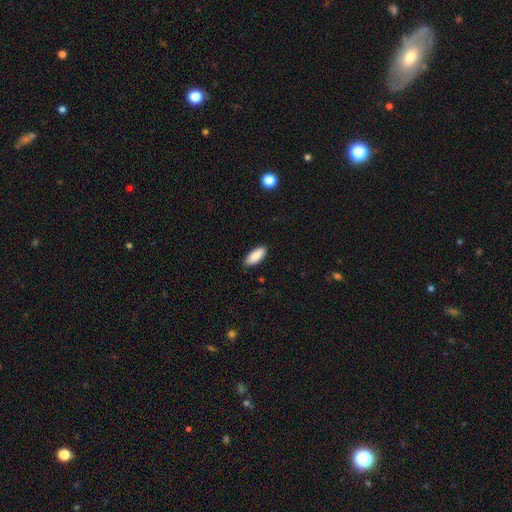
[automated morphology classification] smooth 90%, star or artifact 6%, featured or disk 4%. Down the decision tree: how rounded — in between (85%); merging — none (87%).